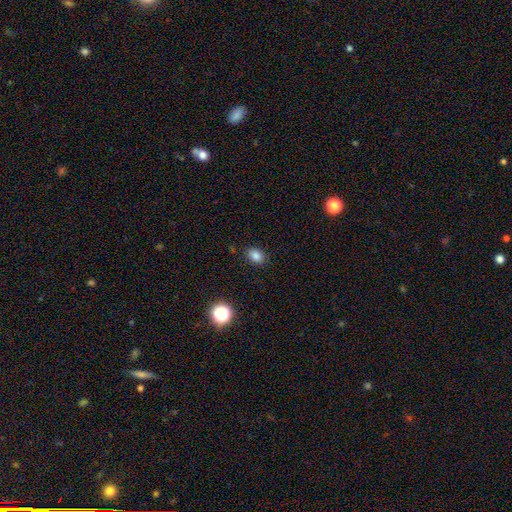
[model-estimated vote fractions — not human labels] This is clearly a smooth galaxy (82%). How rounded: likely in between (61%). Merging: clearly none (86%).